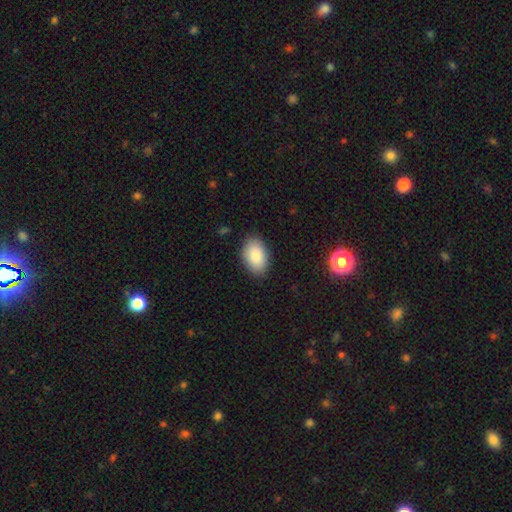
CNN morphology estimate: Smooth or featured?
  - smooth: 87% *
  - featured or disk: 7%
  - star or artifact: 6%
How rounded?
  - in between: 92% *
  - round: 7%
  - cigar-shaped: 1%
Merging?
  - none: 86% *
  - minor disturbance: 11%
  - major disturbance: 2%
  - merger: 1%